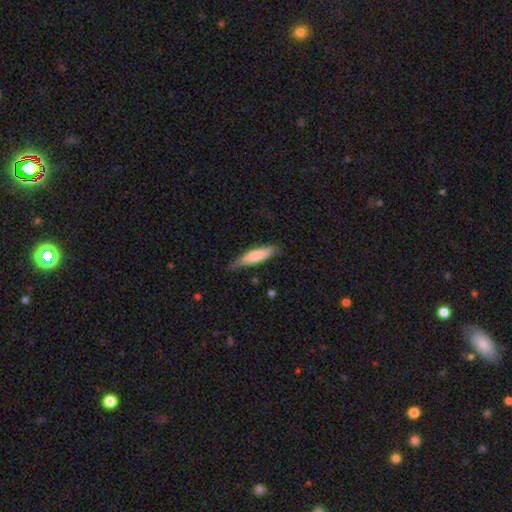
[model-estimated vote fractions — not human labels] This is likely a smooth galaxy (73%). How rounded: likely cigar-shaped (69%). Merging: likely none (71%).